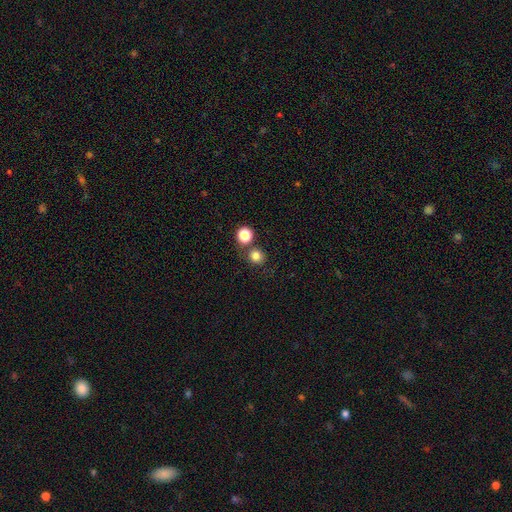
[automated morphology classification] Smooth or featured? Predicted: smooth (p=0.80). How rounded? Predicted: round (p=0.87). Merging? Predicted: none (p=0.72).